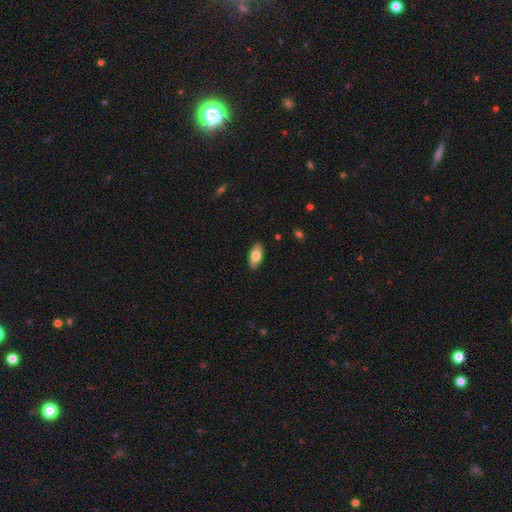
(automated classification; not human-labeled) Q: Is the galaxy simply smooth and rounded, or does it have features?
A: smooth — 77%.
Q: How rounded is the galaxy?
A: in between — 89%.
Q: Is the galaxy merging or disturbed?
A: none — 89%.